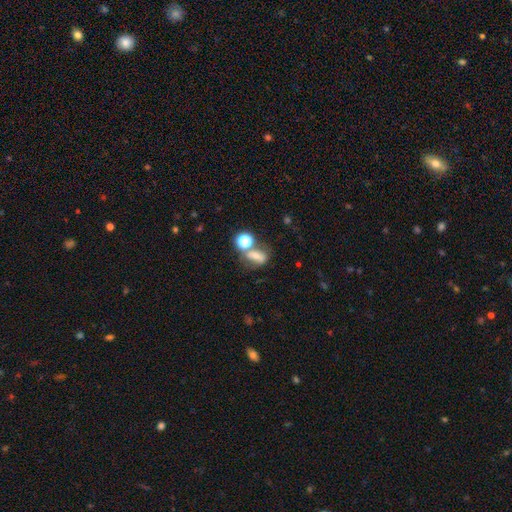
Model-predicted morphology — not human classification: smooth-or-featured: smooth: 55% | featured or disk: 24% | star or artifact: 21%
  how-rounded: in between: 61% | round: 34% | cigar-shaped: 4%
  merging: none: 41% | merger: 33% | minor disturbance: 15% | major disturbance: 11%